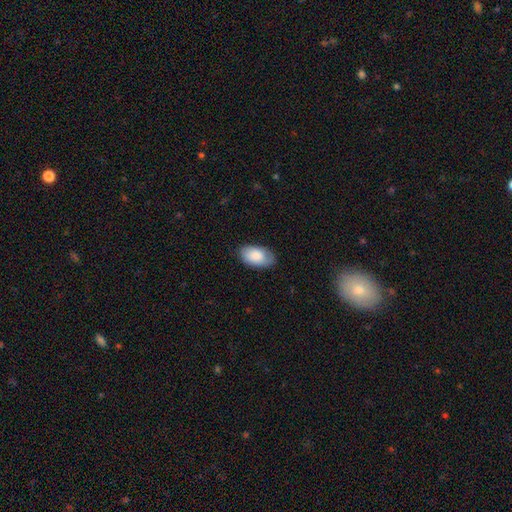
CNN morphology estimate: type=smooth (84%); roundness=in between (95%); merging=none (78%).